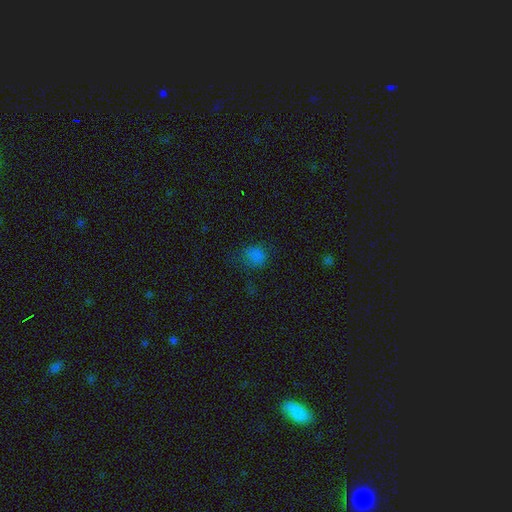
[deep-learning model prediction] smooth 72%, star or artifact 22%, featured or disk 6%. Down the decision tree: how rounded — round (67%); merging — none (62%).